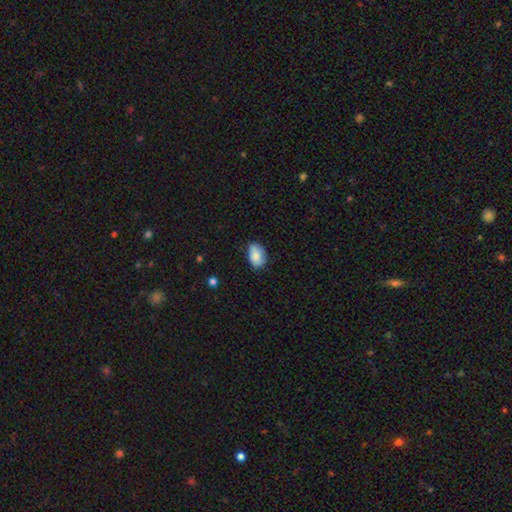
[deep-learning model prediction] Overall: smooth (83%). How rounded: in between (88%). Merging: none (72%).